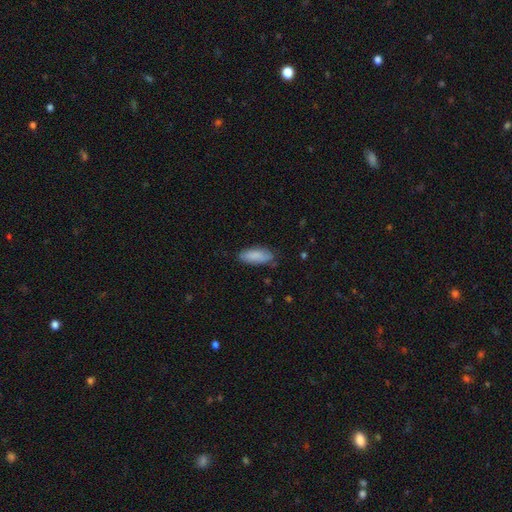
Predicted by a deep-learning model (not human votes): The model was most divided on "how rounded": in between: 77%, cigar-shaped: 21%, round: 2%. More confident: smooth or featured — smooth (87%); merging — none (79%).